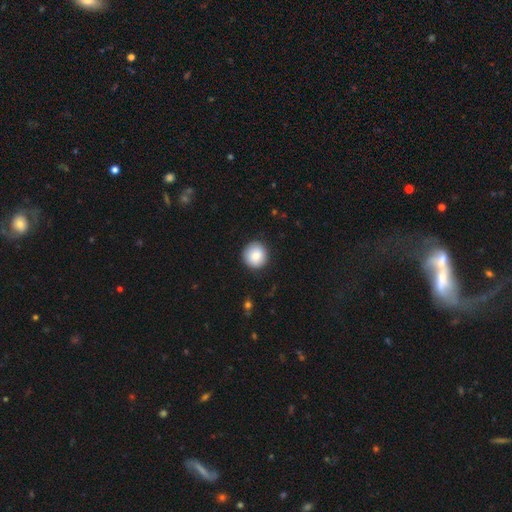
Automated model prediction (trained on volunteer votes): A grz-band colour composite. It shows a smooth galaxy with no disk features (83%) that is round (94%). Merging: none (89%).